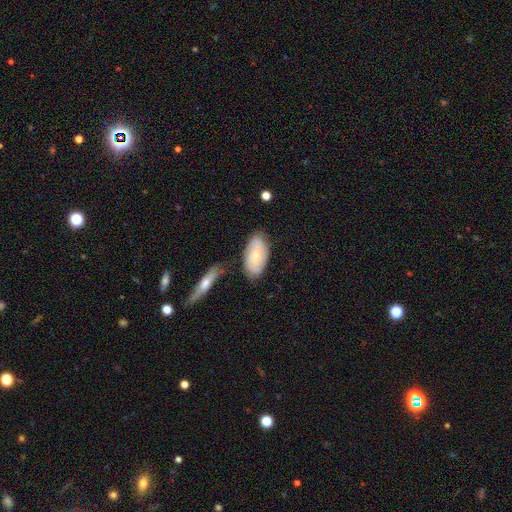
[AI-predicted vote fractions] smooth-or-featured: smooth: 55% | featured or disk: 39% | star or artifact: 6%
  how-rounded: in between: 92% | cigar-shaped: 4% | round: 3%
  merging: none: 73% | minor disturbance: 17% | merger: 6% | major disturbance: 4%